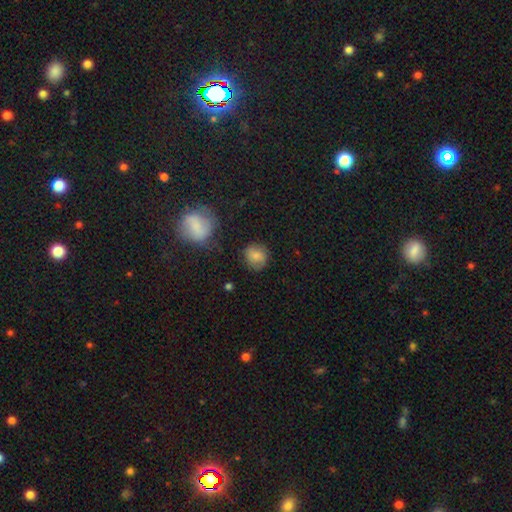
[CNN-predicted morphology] The model was most divided on "merging": none: 77%, minor disturbance: 15%, major disturbance: 5%, merger: 3%. More confident: how rounded — round (82%); smooth or featured — smooth (76%).